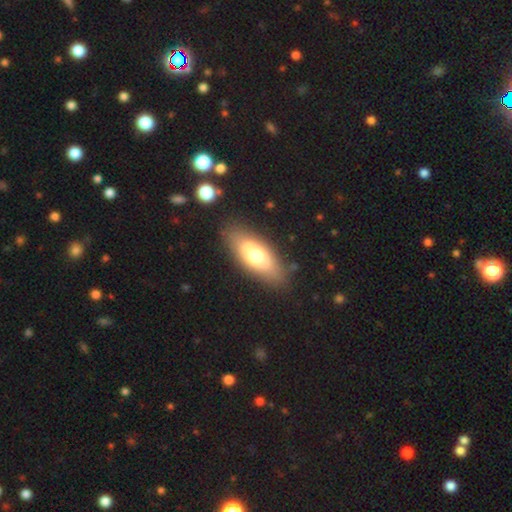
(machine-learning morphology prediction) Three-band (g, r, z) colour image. It shows a smooth galaxy with no disk features (59%) that is in between round and cigar-shaped (78%). Merging: none (75%).